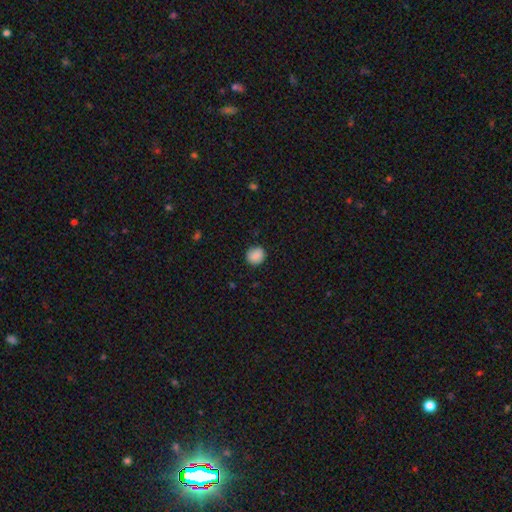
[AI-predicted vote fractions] The model was most divided on "how rounded": round: 83%, in between: 16%, cigar-shaped: 1%. More confident: smooth or featured — smooth (88%); merging — none (87%).